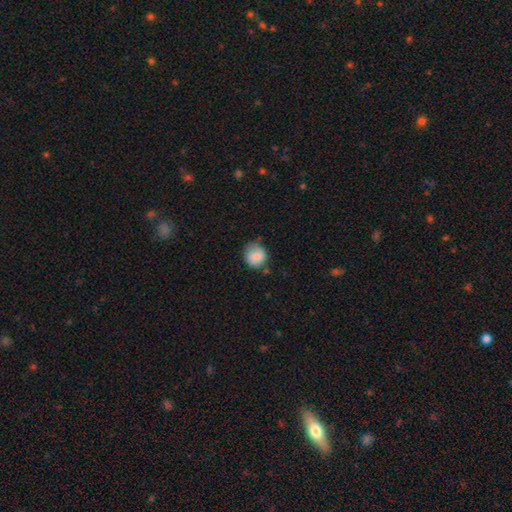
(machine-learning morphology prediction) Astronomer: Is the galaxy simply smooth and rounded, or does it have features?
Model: smooth — 82%.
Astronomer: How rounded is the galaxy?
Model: round — 84%.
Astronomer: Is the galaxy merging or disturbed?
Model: none — 63%.